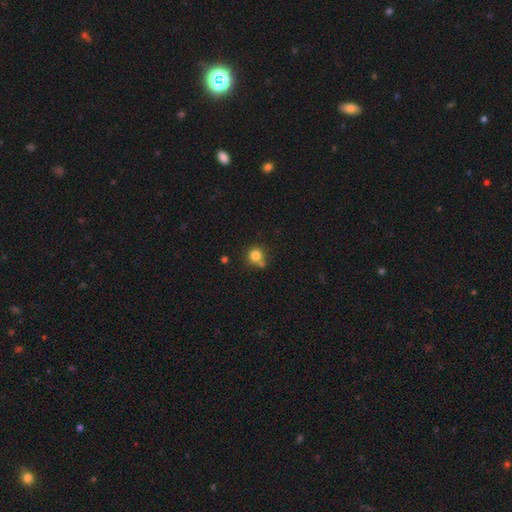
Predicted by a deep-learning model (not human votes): Smooth or featured: smooth — 81% (star or artifact — 12%)
How rounded: round — 90% (in between — 9%)
Merging: none — 63% (merger — 23%)